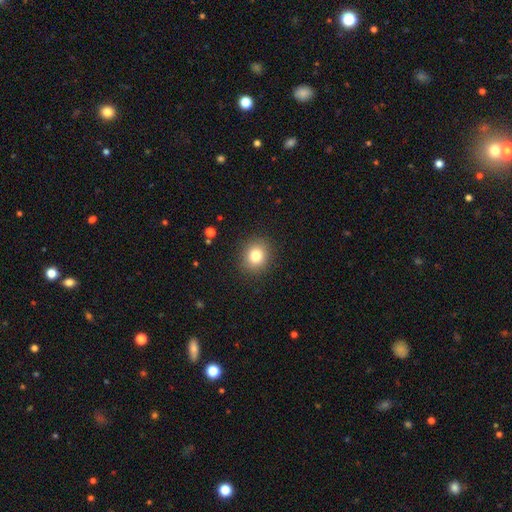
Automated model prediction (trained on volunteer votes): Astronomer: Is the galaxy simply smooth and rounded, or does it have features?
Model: smooth — 81%.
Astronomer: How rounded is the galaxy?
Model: round — 73%.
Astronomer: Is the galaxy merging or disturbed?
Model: none — 89%.